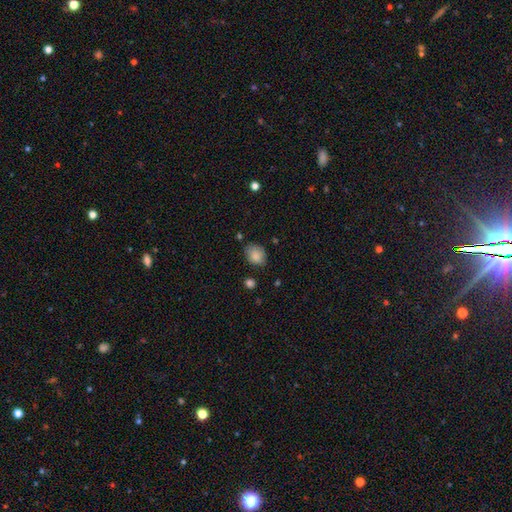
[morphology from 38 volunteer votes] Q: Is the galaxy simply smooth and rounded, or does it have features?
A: smooth — 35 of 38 (92%).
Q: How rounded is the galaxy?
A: in between — 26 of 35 (74%).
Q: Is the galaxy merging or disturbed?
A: none — 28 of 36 (78%).